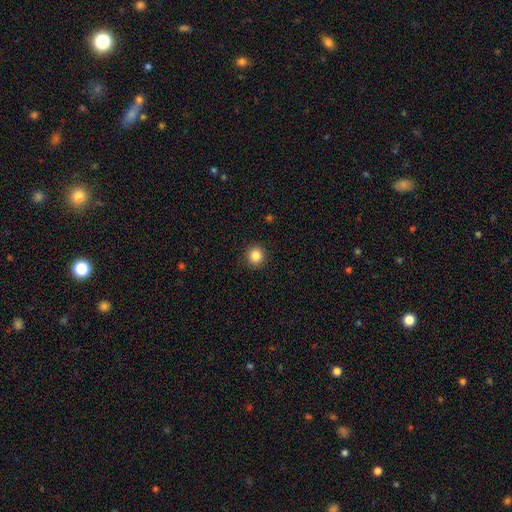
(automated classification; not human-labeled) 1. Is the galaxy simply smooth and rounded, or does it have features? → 85% smooth, 10% star or artifact, 4% featured or disk.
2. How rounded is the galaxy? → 91% round, 8% in between, 1% cigar-shaped.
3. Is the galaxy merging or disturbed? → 91% none, 6% minor disturbance, 2% major disturbance, 1% merger.